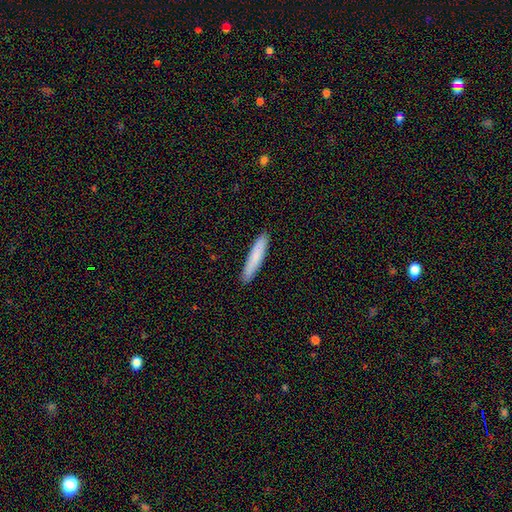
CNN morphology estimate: Overall: smooth (81%). How rounded: cigar-shaped (90%). Merging: none (91%).